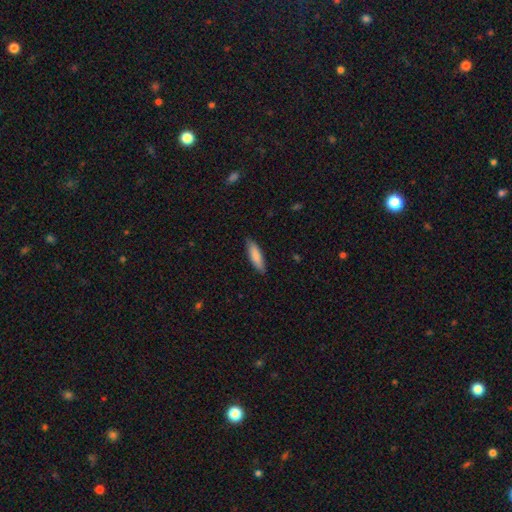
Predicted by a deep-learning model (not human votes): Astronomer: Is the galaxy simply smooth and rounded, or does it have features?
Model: smooth — 85%.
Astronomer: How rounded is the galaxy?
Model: cigar-shaped — 60% (runner-up: in between, 38%).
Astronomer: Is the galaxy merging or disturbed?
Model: none — 87%.